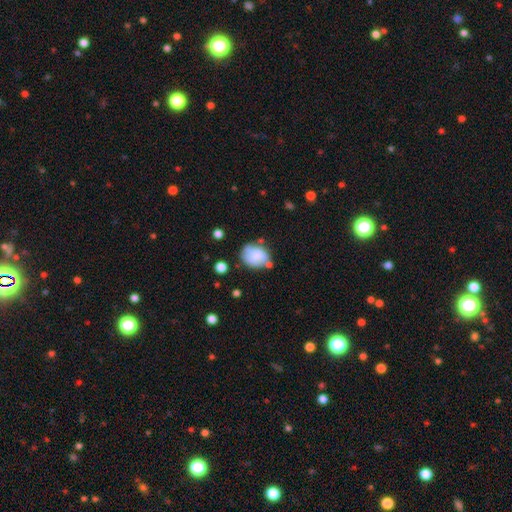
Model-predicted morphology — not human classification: The model was most divided on "how rounded": round: 51%, in between: 48%, cigar-shaped: 1%. More confident: smooth or featured — smooth (69%); merging — none (52%).